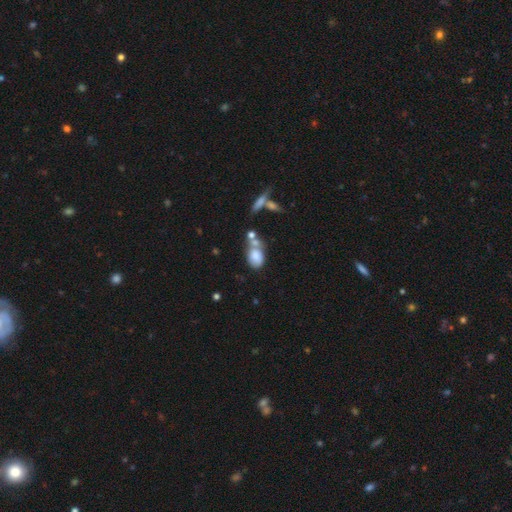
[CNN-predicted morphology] The model was most divided on "merging": merger: 37%, none: 35%, minor disturbance: 18%, major disturbance: 10%. More confident: how rounded — in between (81%); smooth or featured — smooth (75%).